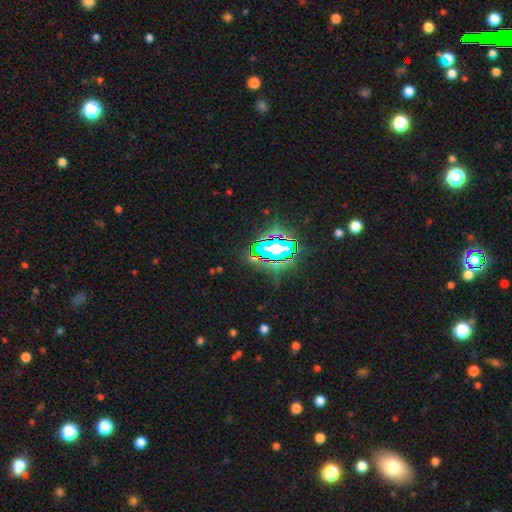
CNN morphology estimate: Smooth or featured? star or artifact (70%)